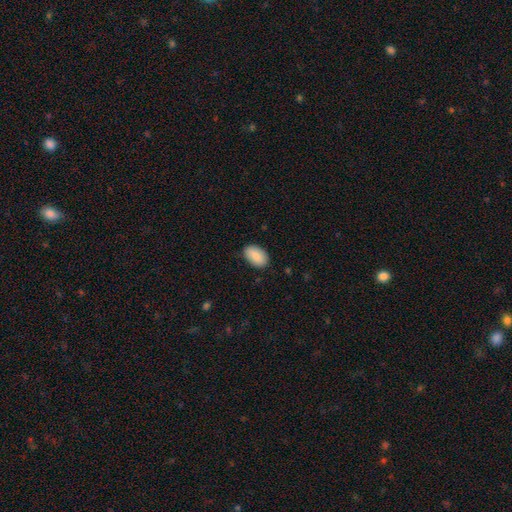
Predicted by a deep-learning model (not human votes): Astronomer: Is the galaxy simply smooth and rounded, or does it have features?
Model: smooth — 87%.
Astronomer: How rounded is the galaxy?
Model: in between — 92%.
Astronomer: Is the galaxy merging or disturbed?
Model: none — 84%.